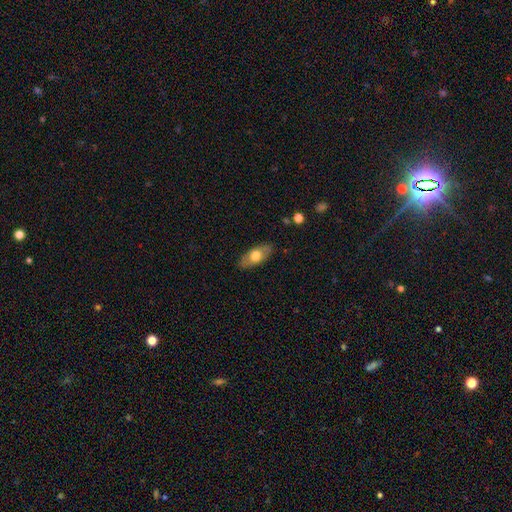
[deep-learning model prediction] A smooth galaxy with no disk features (62%) that is in between round and cigar-shaped (86%).

Vote fractions:
- Smooth or featured? smooth: 62% / featured or disk: 32% / star or artifact: 6%
- How rounded? in between: 86% / cigar-shaped: 10% / round: 4%
- Merging? none: 84% / minor disturbance: 12% / major disturbance: 3% / merger: 1%